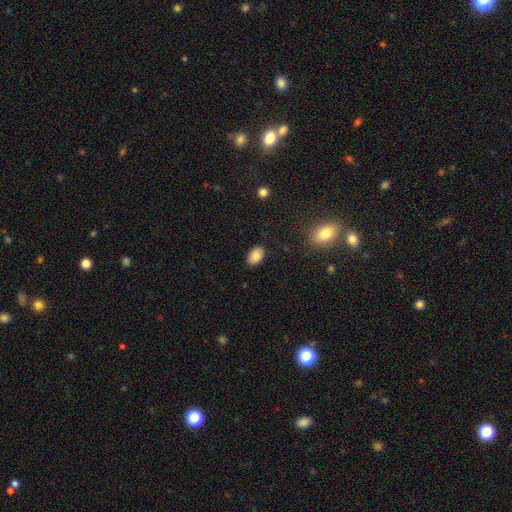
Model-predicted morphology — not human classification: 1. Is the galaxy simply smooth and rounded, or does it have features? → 85% smooth, 8% star or artifact, 7% featured or disk.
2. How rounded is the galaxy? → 86% in between, 13% round, 1% cigar-shaped.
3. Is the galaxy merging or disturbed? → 86% none, 10% minor disturbance, 2% major disturbance, 1% merger.